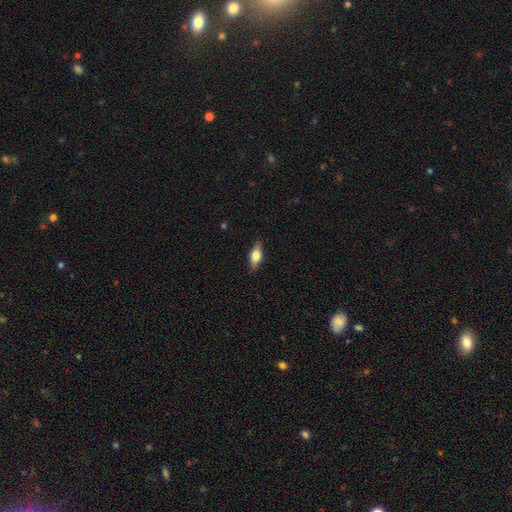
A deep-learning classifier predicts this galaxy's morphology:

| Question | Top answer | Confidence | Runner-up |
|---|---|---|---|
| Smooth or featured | smooth | 57% | featured or disk (36%) |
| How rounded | in between | 70% | cigar-shaped (25%) |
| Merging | none | 85% | minor disturbance (11%) |